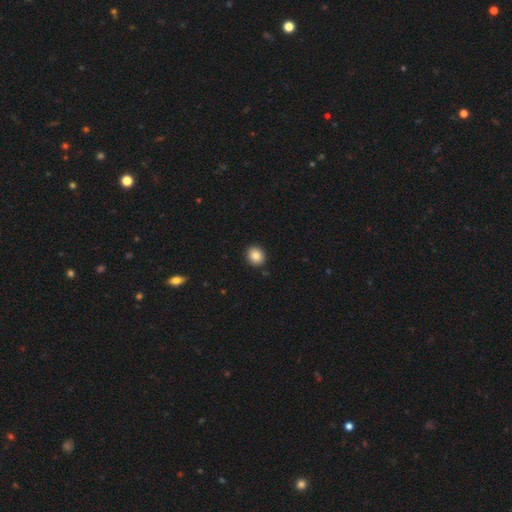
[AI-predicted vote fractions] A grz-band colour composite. It shows a smooth galaxy with no disk features (86%) that is round (67%). Merging: none (91%).